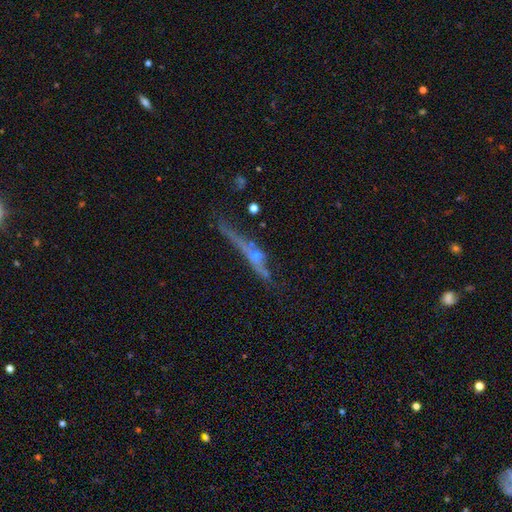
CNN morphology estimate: Smooth or featured: featured or disk — 61% (smooth — 27%)
Edge-on disk: yes — 75% (no — 25%)
Merging: none — 47% (minor disturbance — 22%)